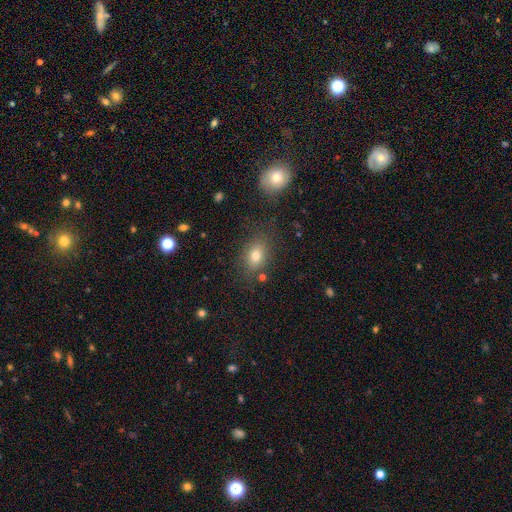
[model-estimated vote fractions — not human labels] smooth 74%, star or artifact 14%, featured or disk 12%. Down the decision tree: how rounded — in between (68%); merging — none (79%).